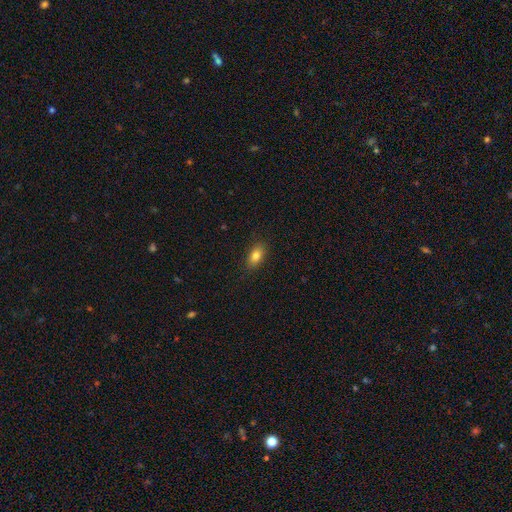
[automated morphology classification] The model was most divided on "smooth or featured": smooth: 83%, star or artifact: 9%, featured or disk: 9%. More confident: how rounded — in between (88%); merging — none (87%).